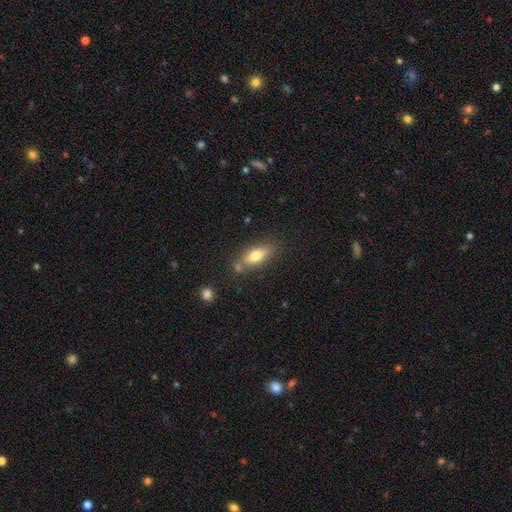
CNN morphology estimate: The model was most divided on "smooth or featured": smooth: 73%, featured or disk: 19%, star or artifact: 8%. More confident: how rounded — in between (76%); merging — none (69%).